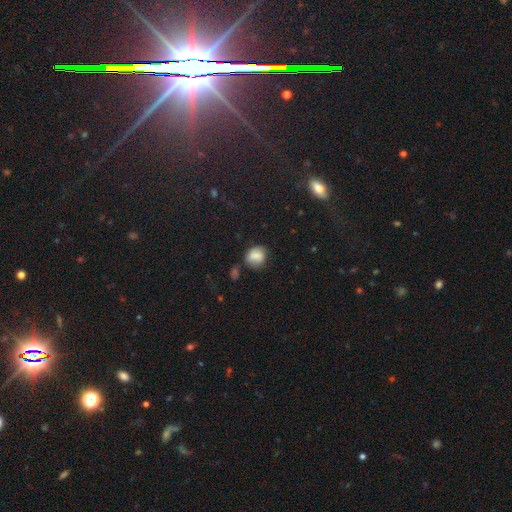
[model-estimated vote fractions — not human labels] Morphology: type=smooth (76%); roundness=round (69%); merging=none (59%).